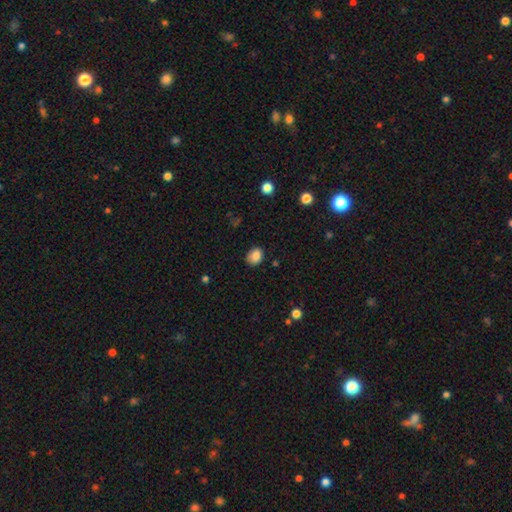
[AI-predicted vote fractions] A smooth galaxy with no disk features (85%) that is in between round and cigar-shaped (59%). Merging: none (80%).